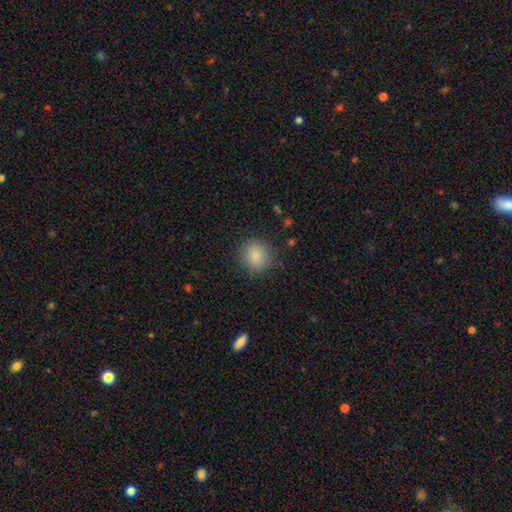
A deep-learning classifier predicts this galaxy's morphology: This appears to be a smooth galaxy with no disk features (87%) that is round (76%). Merging: none (85%).